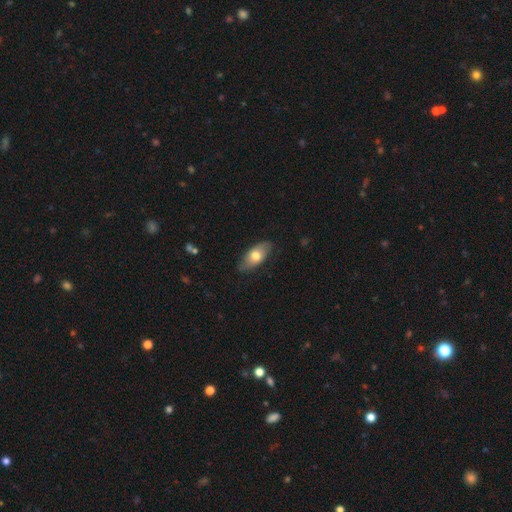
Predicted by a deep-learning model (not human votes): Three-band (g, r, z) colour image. It shows a smooth galaxy with no disk features (68%) that is in between round and cigar-shaped (88%). Merging: none (81%).